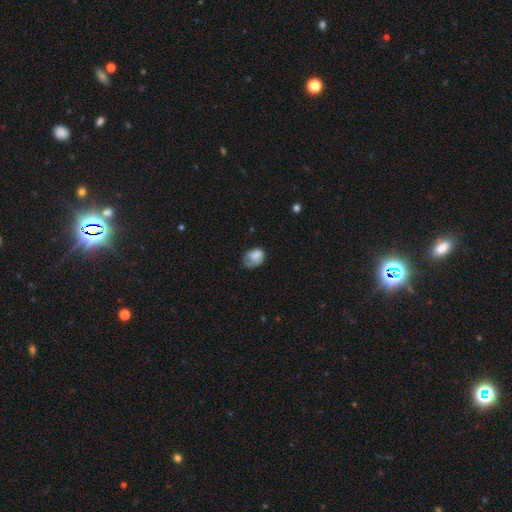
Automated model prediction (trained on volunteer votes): Smooth or featured? Predicted: smooth (p=0.74). How rounded? Predicted: in between (p=0.68). Merging? Predicted: minor disturbance (p=0.37).